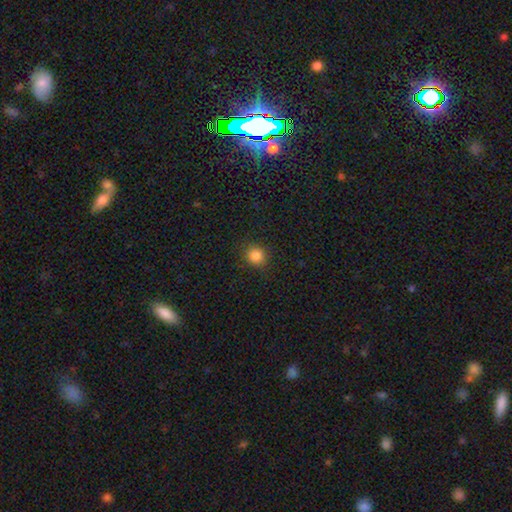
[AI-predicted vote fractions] Q: Smooth or featured?
A: smooth (85%); runner-up: star or artifact (12%)
Q: How rounded?
A: round (87%); runner-up: in between (12%)
Q: Merging?
A: none (89%); runner-up: minor disturbance (8%)